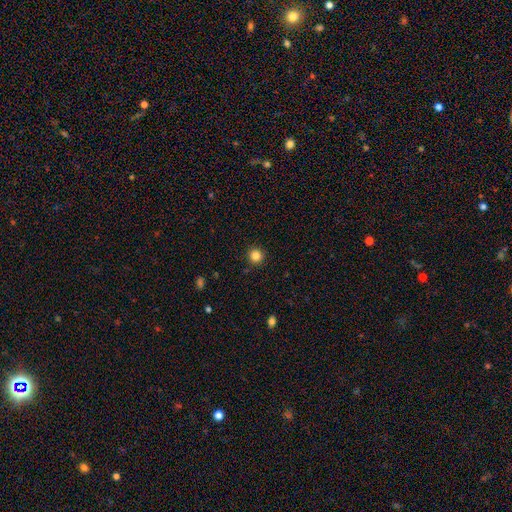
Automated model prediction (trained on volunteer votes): A smooth galaxy with no disk features (84%) that is round (95%).

Vote fractions:
- Smooth or featured? smooth: 84% / star or artifact: 12% / featured or disk: 4%
- How rounded? round: 95% / in between: 4% / cigar-shaped: 1%
- Merging? none: 92% / minor disturbance: 5% / major disturbance: 2% / merger: 1%